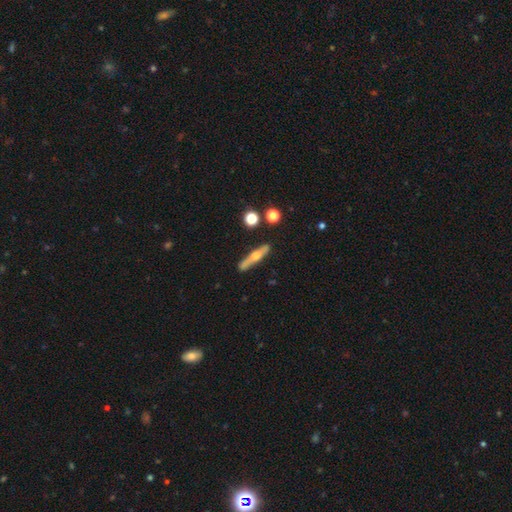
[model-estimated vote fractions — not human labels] smooth-or-featured: featured or disk: 57% | smooth: 36% | star or artifact: 7%
  disk-edge-on: yes: 92% | no: 8%
    edge-on-bulge: rounded: 91% | none: 5% | boxy: 4%
  merging: none: 85% | minor disturbance: 10% | merger: 3% | major disturbance: 2%